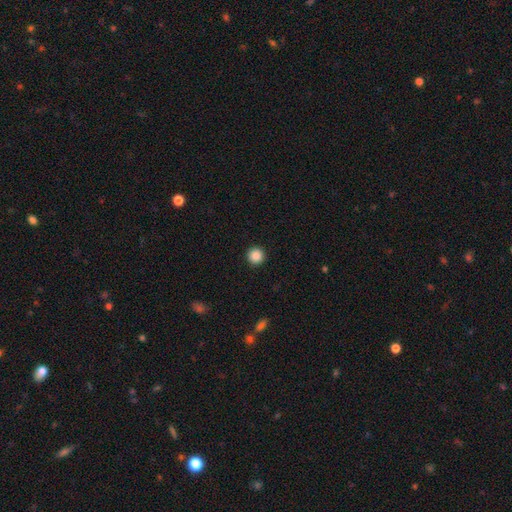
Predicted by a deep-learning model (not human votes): smooth-or-featured: smooth: 88% | star or artifact: 10% | featured or disk: 2%
  how-rounded: round: 96% | in between: 3% | cigar-shaped: 1%
  merging: none: 93% | minor disturbance: 4% | major disturbance: 2% | merger: 1%